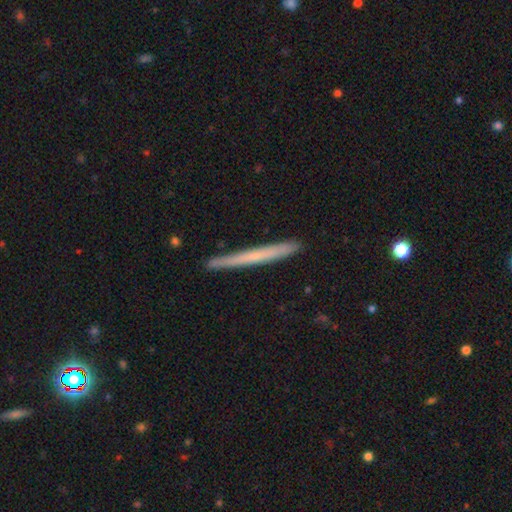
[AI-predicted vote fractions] smooth_or_featured: smooth (p=0.52) [alt: featured or disk p=0.43]
how_rounded: cigar-shaped (p=0.97) [alt: in between p=0.01]
merging: none (p=0.90) [alt: minor disturbance p=0.08]